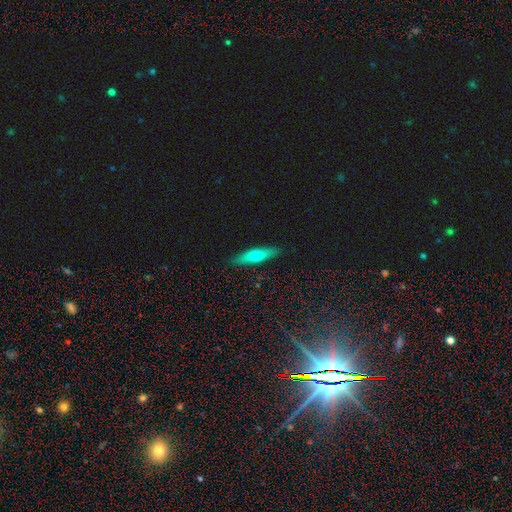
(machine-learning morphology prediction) Smooth or featured? Predicted: smooth (p=0.58). How rounded? Predicted: cigar-shaped (p=0.71). Merging? Predicted: none (p=0.90).